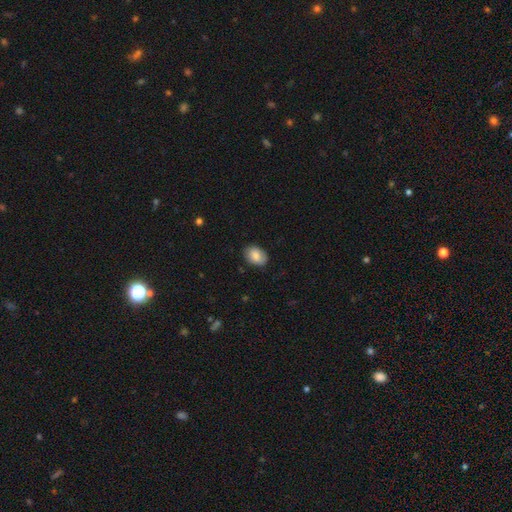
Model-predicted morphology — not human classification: Smooth or featured? smooth (82%)
How rounded? in between (78%)
Merging? none (82%)